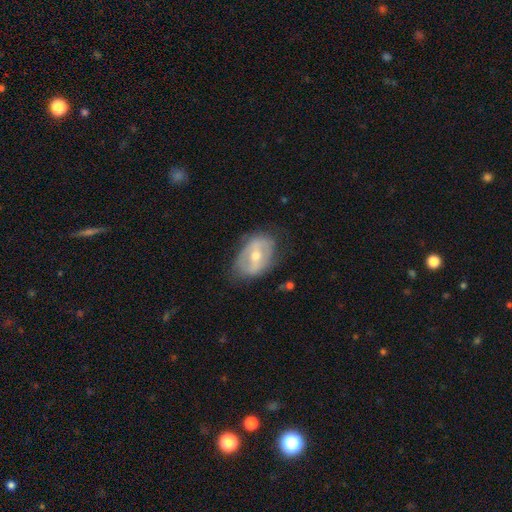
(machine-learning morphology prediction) smooth_or_featured: featured or disk (p=0.65) [alt: smooth p=0.29]
disk_edge_on: no (p=0.94) [alt: yes p=0.06]
bar: strong (p=0.39) [alt: weak p=0.38]
has_spiral_arms: no (p=0.59) [alt: yes p=0.41]
bulge_size: moderate (p=0.67) [alt: small p=0.27]
merging: none (p=0.69) [alt: minor disturbance p=0.21]